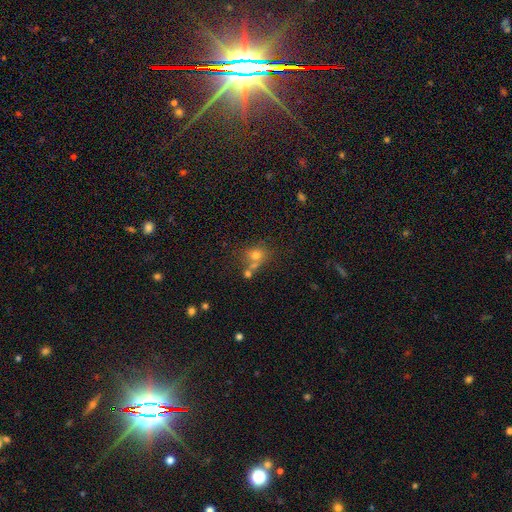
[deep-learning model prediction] This is likely a smooth galaxy (67%). How rounded: likely round (69%). Merging: possibly none (52%).